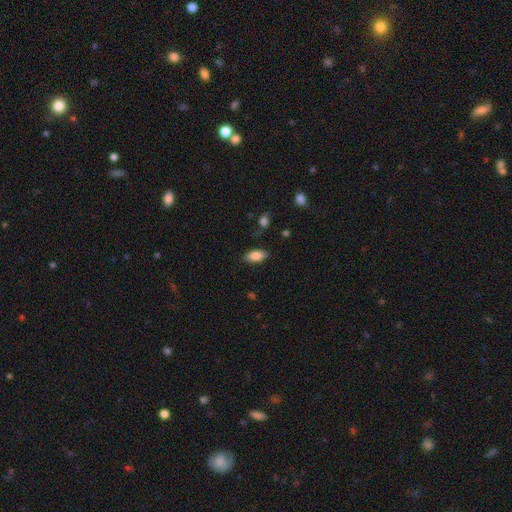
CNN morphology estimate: A smooth galaxy with no disk features (84%) that is in between round and cigar-shaped (89%). Merging: none (85%).